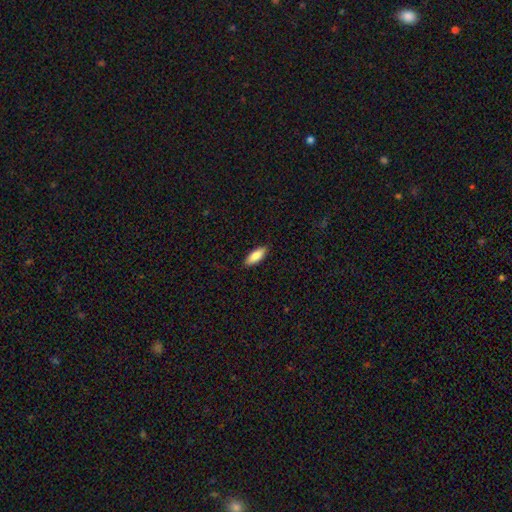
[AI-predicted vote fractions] This is clearly a smooth galaxy (86%). How rounded: likely in between (75%). Merging: clearly none (88%).